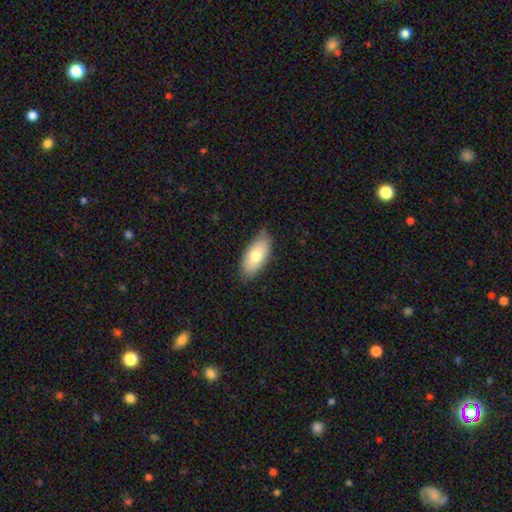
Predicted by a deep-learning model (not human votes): This is likely a smooth galaxy (73%). How rounded: clearly in between (90%). Merging: likely none (80%).